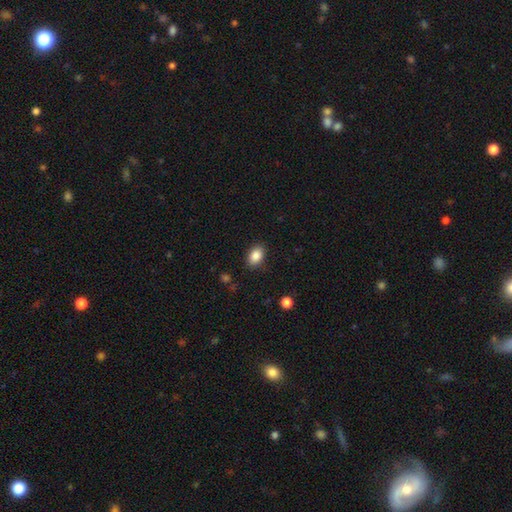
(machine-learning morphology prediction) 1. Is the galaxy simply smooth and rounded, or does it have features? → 87% smooth, 8% star or artifact, 5% featured or disk.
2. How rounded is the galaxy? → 83% in between, 16% round, 1% cigar-shaped.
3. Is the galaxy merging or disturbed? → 86% none, 10% minor disturbance, 3% major disturbance, 1% merger.